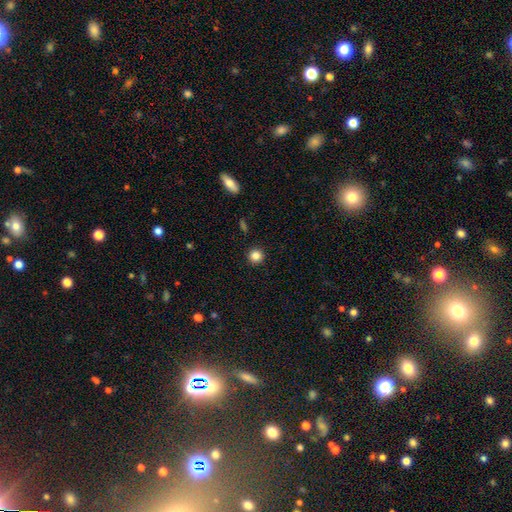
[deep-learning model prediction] This appears to be a smooth galaxy with no disk features (84%) that is round (95%). Merging: none (93%).